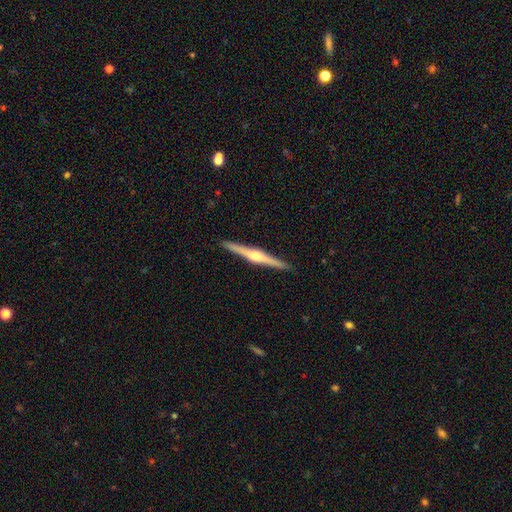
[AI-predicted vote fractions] Smooth or featured: featured or disk — 82% (smooth — 14%)
Edge-on disk: yes — 99% (no — 1%)
Edge-on bulge: rounded — 92% (boxy — 4%)
Merging: none — 93% (minor disturbance — 5%)